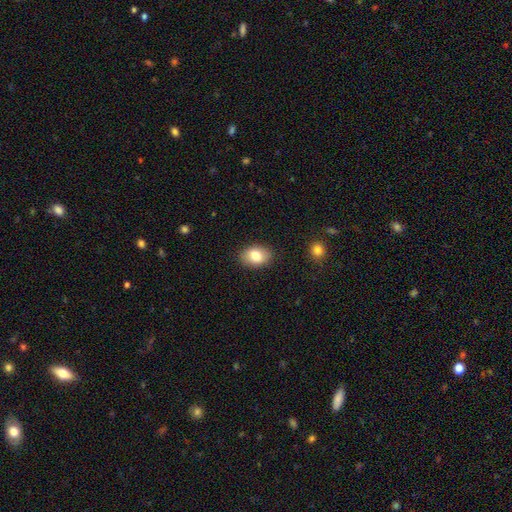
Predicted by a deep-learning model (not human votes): smooth 81%, featured or disk 12%, star or artifact 8%. Down the decision tree: how rounded — in between (83%); merging — none (87%).